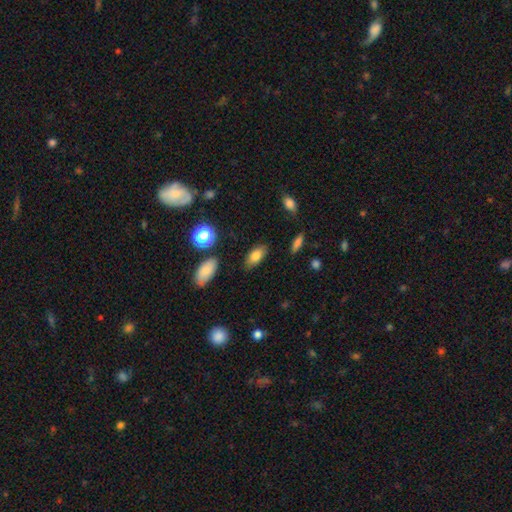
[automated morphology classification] This appears to be a smooth galaxy with no disk features (81%) that is in between round and cigar-shaped (90%). Merging: none (83%).